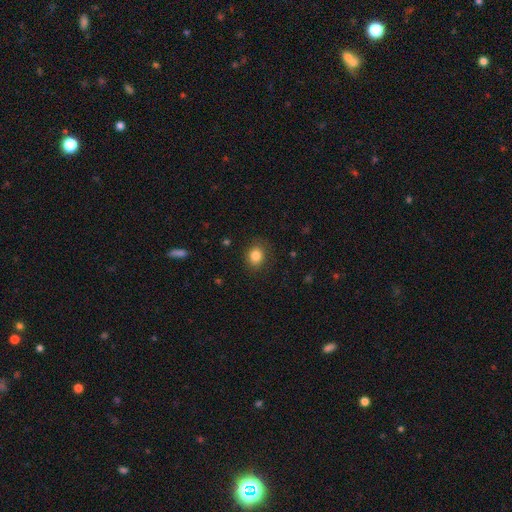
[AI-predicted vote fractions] Morphology: type=smooth (84%); roundness=round (65%); merging=none (85%).